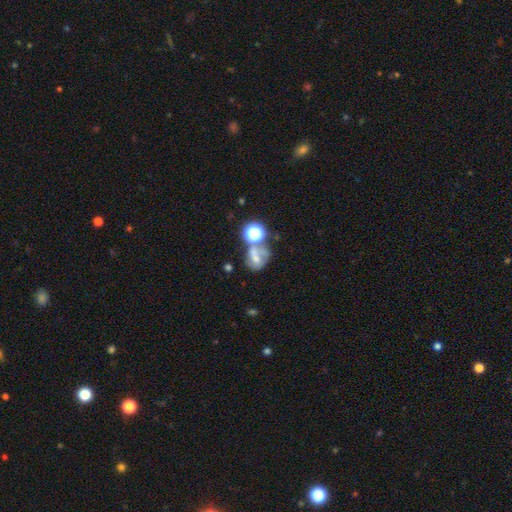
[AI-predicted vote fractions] Overall: smooth (45%; featured or disk 35%). Merging: merger (40%; none 32%).